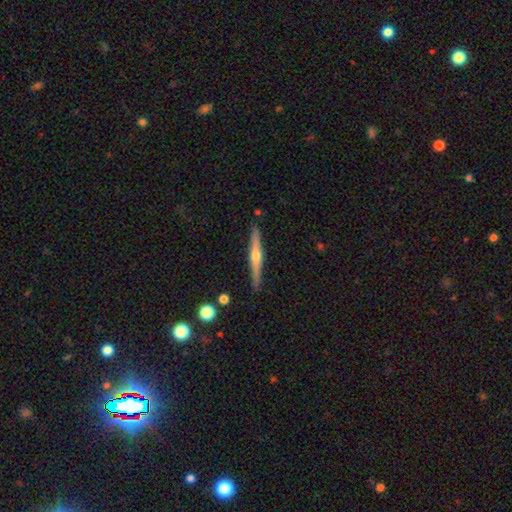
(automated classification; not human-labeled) Q: Smooth or featured?
A: featured or disk (71%); runner-up: smooth (24%)
Q: Edge-on disk?
A: yes (98%); runner-up: no (2%)
Q: Edge-on bulge?
A: rounded (89%); runner-up: none (7%)
Q: Merging?
A: none (89%); runner-up: minor disturbance (8%)